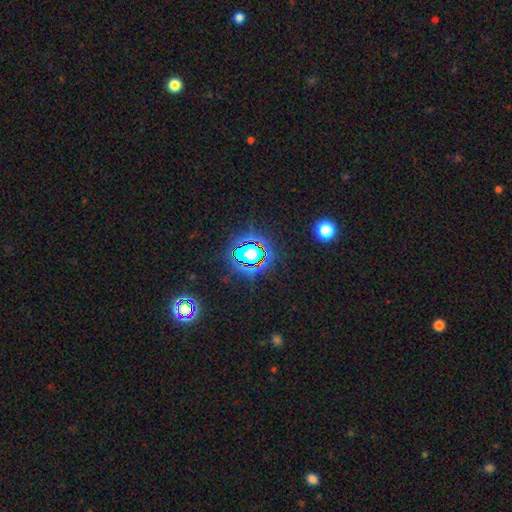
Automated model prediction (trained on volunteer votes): smooth_or_featured: star or artifact (p=0.80) [alt: smooth p=0.13]